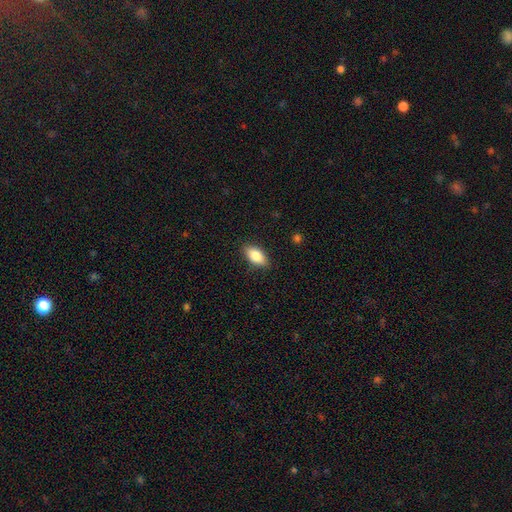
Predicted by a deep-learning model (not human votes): Q: Smooth or featured?
A: smooth (84%); runner-up: featured or disk (10%)
Q: How rounded?
A: in between (91%); runner-up: cigar-shaped (5%)
Q: Merging?
A: none (87%); runner-up: minor disturbance (10%)